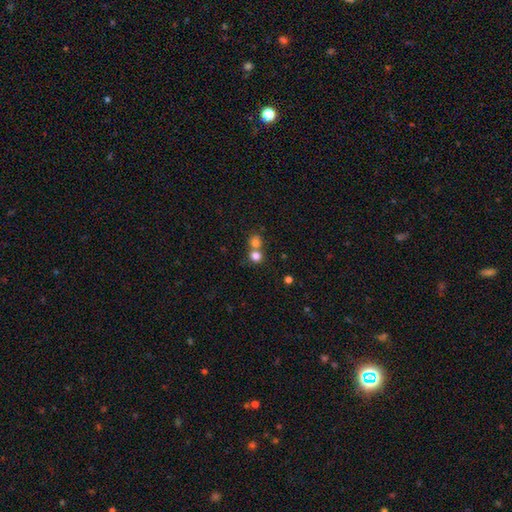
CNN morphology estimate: A smooth galaxy with no disk features (79%) that is round (87%).

Vote fractions:
- Smooth or featured? smooth: 79% / star or artifact: 14% / featured or disk: 8%
- How rounded? round: 87% / in between: 12% / cigar-shaped: 1%
- Merging? none: 48% / merger: 43% / minor disturbance: 6% / major disturbance: 3%